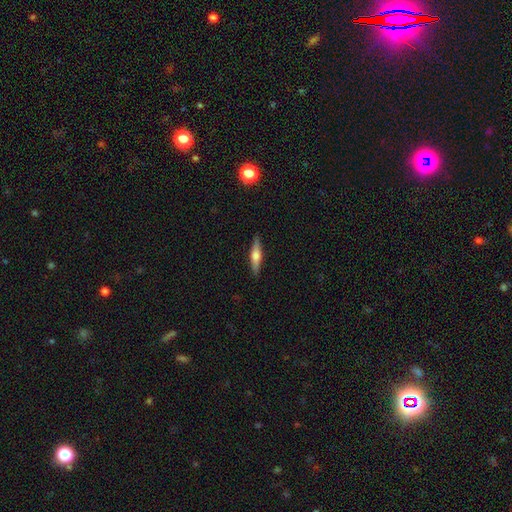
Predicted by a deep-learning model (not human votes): Smooth or featured? Predicted: featured or disk (p=0.53). Edge-on disk? Predicted: yes (p=0.96). Edge-on bulge? Predicted: rounded (p=0.89). Merging? Predicted: none (p=0.90).